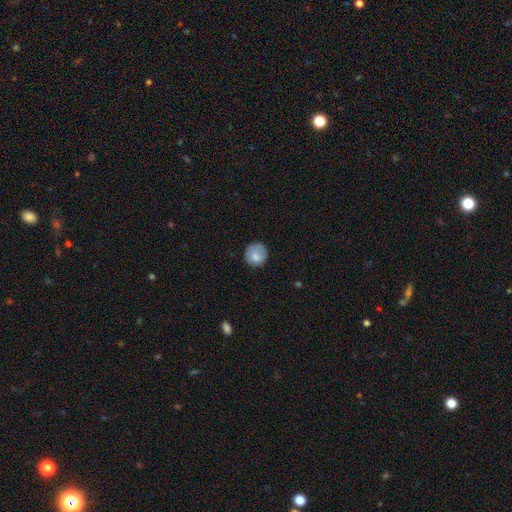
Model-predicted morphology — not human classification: Q: Smooth or featured?
A: smooth (78%); runner-up: featured or disk (14%)
Q: How rounded?
A: round (90%); runner-up: in between (9%)
Q: Merging?
A: none (73%); runner-up: minor disturbance (20%)